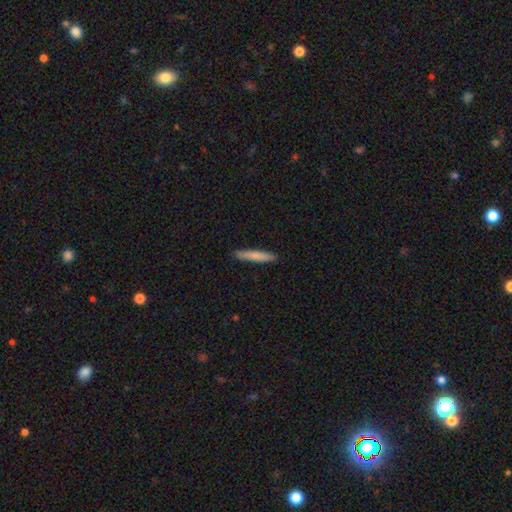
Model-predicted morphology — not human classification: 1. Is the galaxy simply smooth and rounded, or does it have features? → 79% smooth, 16% featured or disk, 5% star or artifact.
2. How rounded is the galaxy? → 93% cigar-shaped, 6% in between, 1% round.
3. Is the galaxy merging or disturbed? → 91% none, 7% minor disturbance, 1% major disturbance, 1% merger.